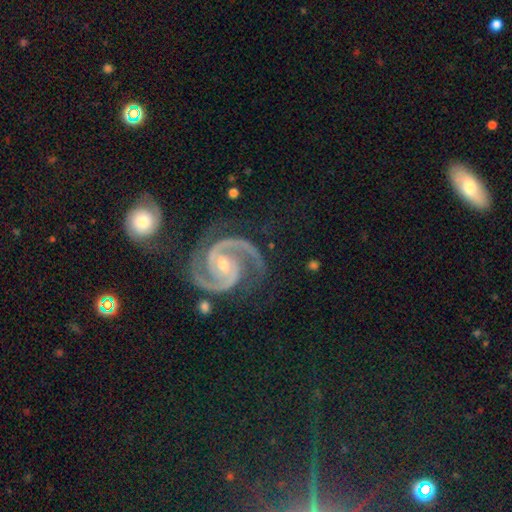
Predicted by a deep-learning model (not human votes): Smooth or featured?
  - featured or disk: 94% *
  - star or artifact: 4%
  - smooth: 2%
Edge-on disk?
  - no: 98% *
  - yes: 2%
Bar?
  - no: 45% *
  - weak: 34%
  - strong: 21%
Spiral arms?
  - yes: 99% *
  - no: 1%
Spiral winding?
  - medium: 52% *
  - tight: 42%
  - loose: 6%
Spiral arm count?
  - 2: 93% *
  - 3: 3%
  - can't tell: 1%
  - 1: 1%
  - 4: 1%
  - more than 4: 1%
Bulge size?
  - small: 53% *
  - moderate: 44%
  - large: 1%
  - none: 1%
  - dominant: 1%
Merging?
  - none: 75% *
  - minor disturbance: 15%
  - major disturbance: 5%
  - merger: 4%